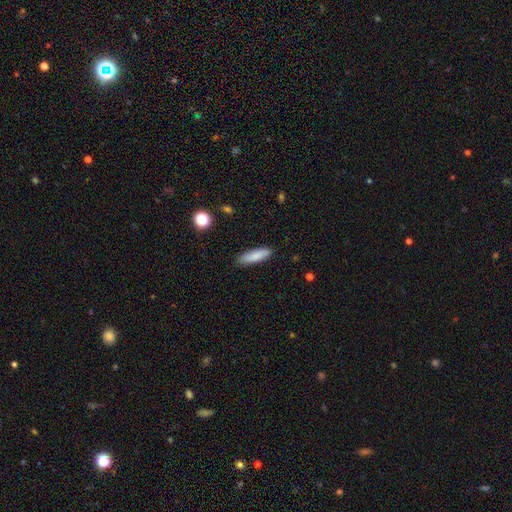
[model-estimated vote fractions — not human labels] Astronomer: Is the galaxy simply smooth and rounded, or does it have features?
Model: smooth — 84%.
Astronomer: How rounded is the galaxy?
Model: cigar-shaped — 63%.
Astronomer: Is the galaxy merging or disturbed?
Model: none — 85%.